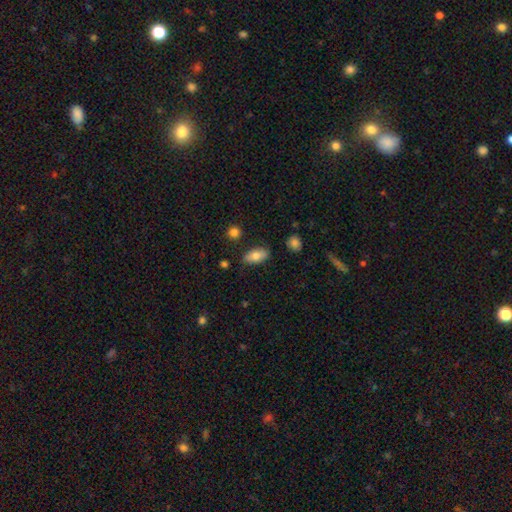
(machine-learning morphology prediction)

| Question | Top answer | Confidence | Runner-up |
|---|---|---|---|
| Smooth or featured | smooth | 78% | featured or disk (14%) |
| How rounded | in between | 89% | cigar-shaped (7%) |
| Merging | none | 82% | minor disturbance (13%) |